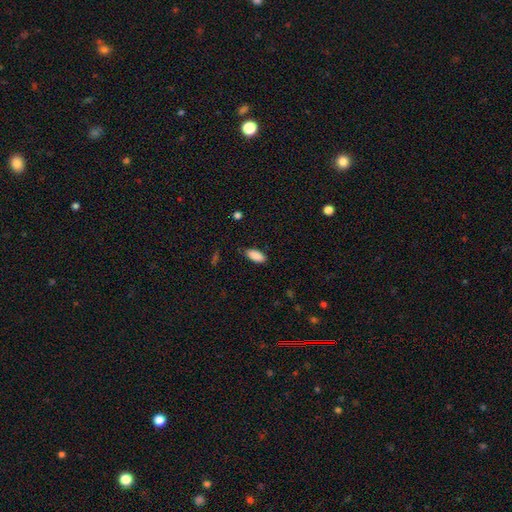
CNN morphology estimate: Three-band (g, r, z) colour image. It shows a smooth galaxy with no disk features (89%) that is in between round and cigar-shaped (88%). Merging: none (84%).